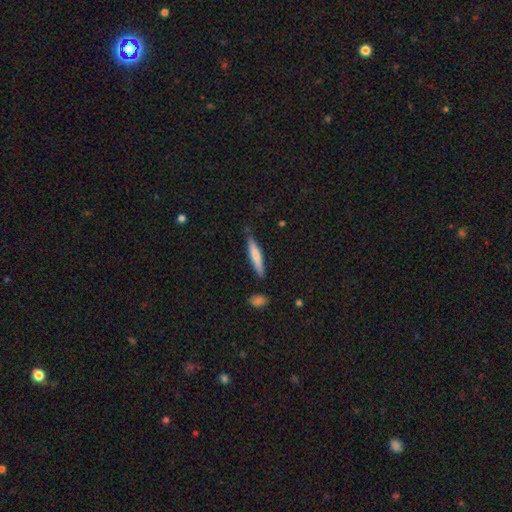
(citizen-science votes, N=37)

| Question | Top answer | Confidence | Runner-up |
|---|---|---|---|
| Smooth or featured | smooth | 68% | featured or disk (32%) |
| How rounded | cigar-shaped | 100% | — |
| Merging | none | 81% | minor disturbance (19%) |